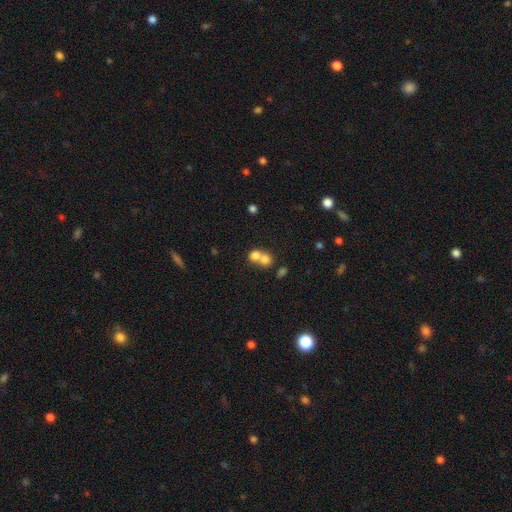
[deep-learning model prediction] Q: Smooth or featured?
A: smooth (76%); runner-up: featured or disk (14%)
Q: How rounded?
A: round (71%); runner-up: in between (28%)
Q: Merging?
A: merger (66%); runner-up: none (26%)